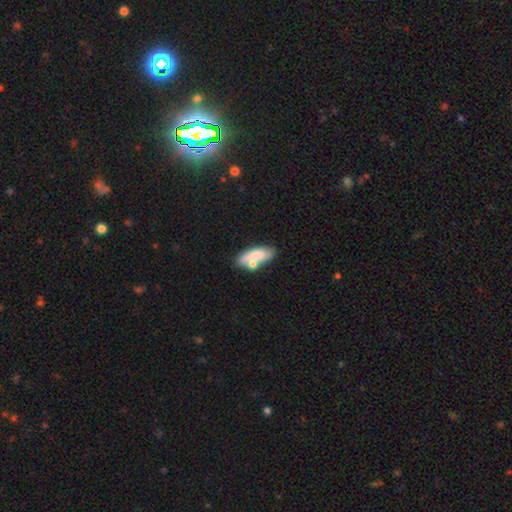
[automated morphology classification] This is likely a smooth galaxy (69%). How rounded: likely in between (76%). Merging: possibly none (48%).